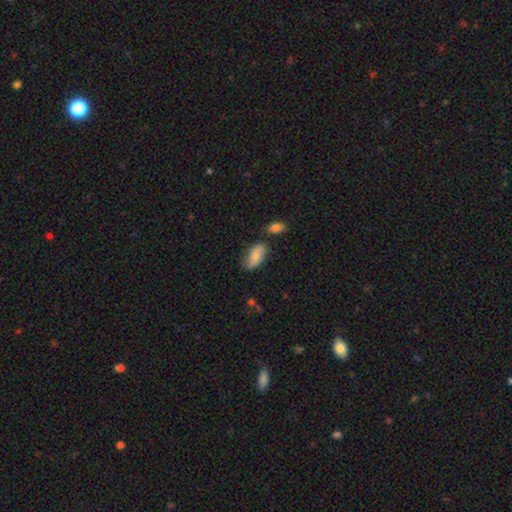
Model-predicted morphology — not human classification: smooth-or-featured: smooth: 72% | featured or disk: 22% | star or artifact: 7%
  how-rounded: in between: 92% | cigar-shaped: 5% | round: 3%
  merging: none: 69% | minor disturbance: 20% | merger: 7% | major disturbance: 4%